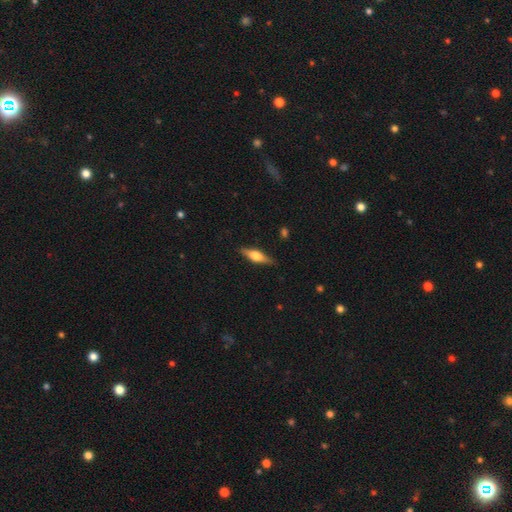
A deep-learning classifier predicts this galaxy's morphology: The model was most divided on "smooth or featured": featured or disk: 52%, smooth: 42%, star or artifact: 6%. More confident: edge-on disk — yes (93%); merging — none (86%).